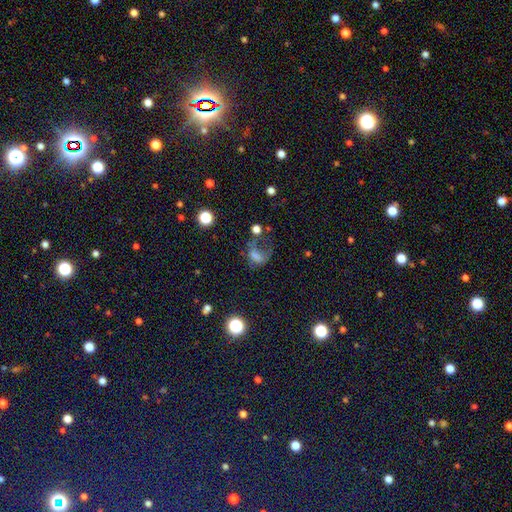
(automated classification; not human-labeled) A smooth galaxy with no disk features (46%). Merging: major disturbance (46%).